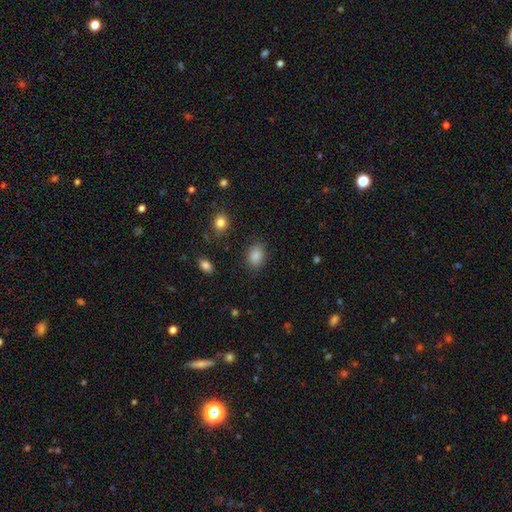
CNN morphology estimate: Smooth or featured?
  - smooth: 87% *
  - star or artifact: 9%
  - featured or disk: 4%
How rounded?
  - in between: 71% *
  - round: 28%
  - cigar-shaped: 1%
Merging?
  - none: 85% *
  - minor disturbance: 10%
  - major disturbance: 3%
  - merger: 2%